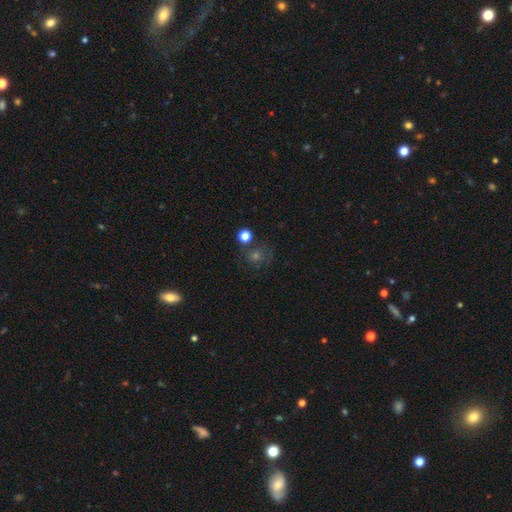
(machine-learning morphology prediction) type=smooth (48%); merging=none (73%).